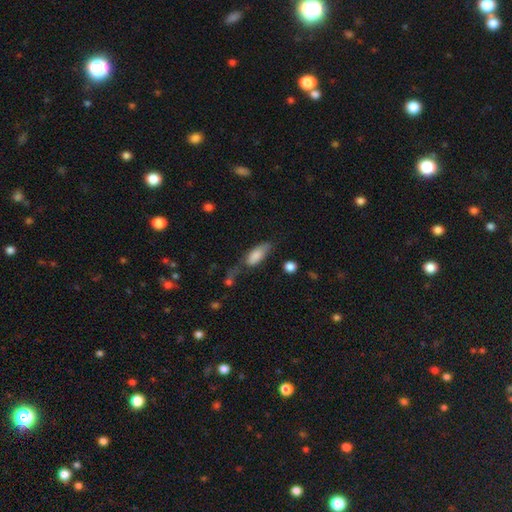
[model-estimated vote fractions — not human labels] The model was most divided on "merging": none: 34%, minor disturbance: 28%, major disturbance: 27%, merger: 10%. More confident: how rounded — in between (80%); smooth or featured — smooth (79%).